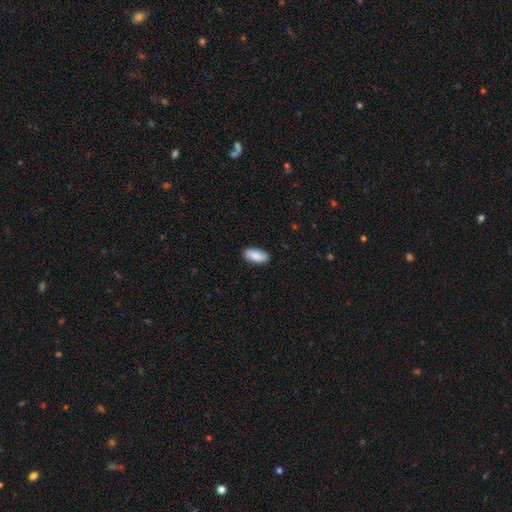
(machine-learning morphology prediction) type=smooth (85%); roundness=in between (88%); merging=none (87%).